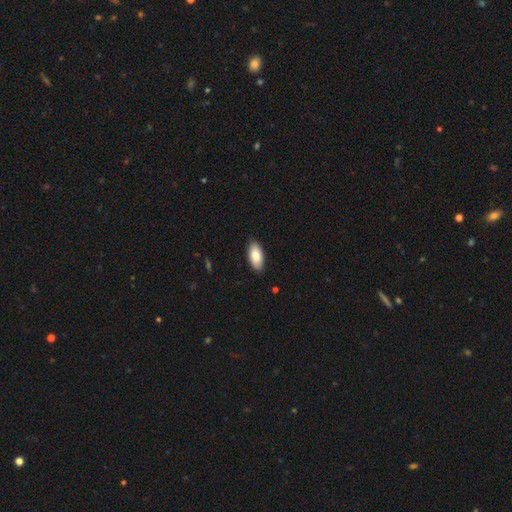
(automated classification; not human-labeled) Smooth or featured? Predicted: smooth (p=0.87). How rounded? Predicted: in between (p=0.92). Merging? Predicted: none (p=0.87).